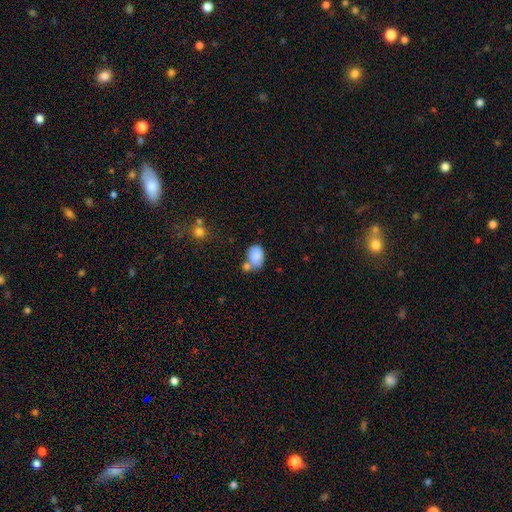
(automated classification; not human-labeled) A smooth galaxy with no disk features (82%) that is in between round and cigar-shaped (79%). Merging: none (40%).